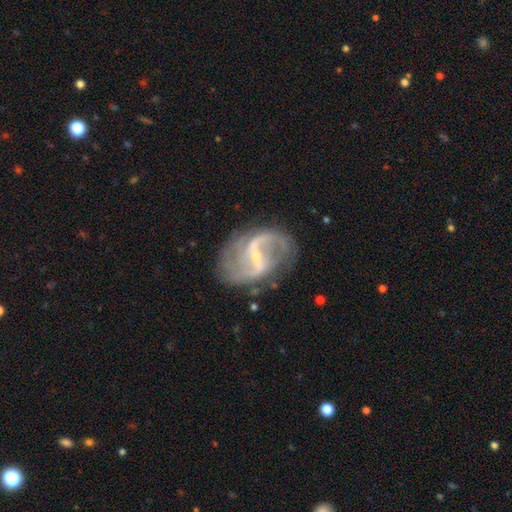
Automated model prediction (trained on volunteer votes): Q: Smooth or featured?
A: featured or disk (89%); runner-up: star or artifact (6%)
Q: Edge-on disk?
A: no (97%); runner-up: yes (3%)
Q: Bar?
A: strong (44%); runner-up: weak (43%)
Q: Spiral arms?
A: yes (95%); runner-up: no (5%)
Q: Spiral winding?
A: loose (48%); runner-up: medium (41%)
Q: Spiral arm count?
A: 2 (84%); runner-up: can't tell (6%)
Q: Bulge size?
A: small (77%); runner-up: moderate (16%)
Q: Merging?
A: none (72%); runner-up: minor disturbance (16%)